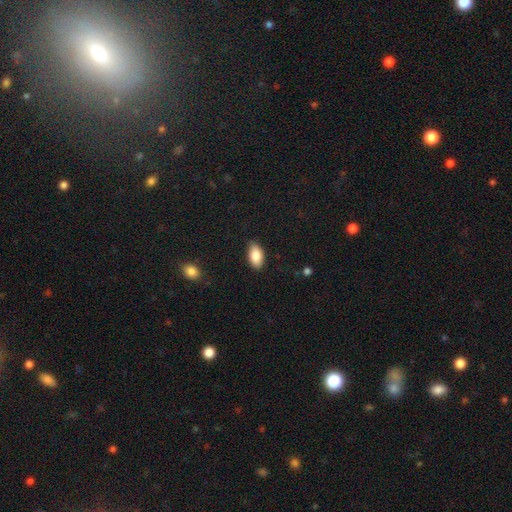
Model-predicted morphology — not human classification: The model was most divided on "merging": none: 84%, minor disturbance: 13%, major disturbance: 2%, merger: 1%. More confident: how rounded — in between (93%); smooth or featured — smooth (85%).